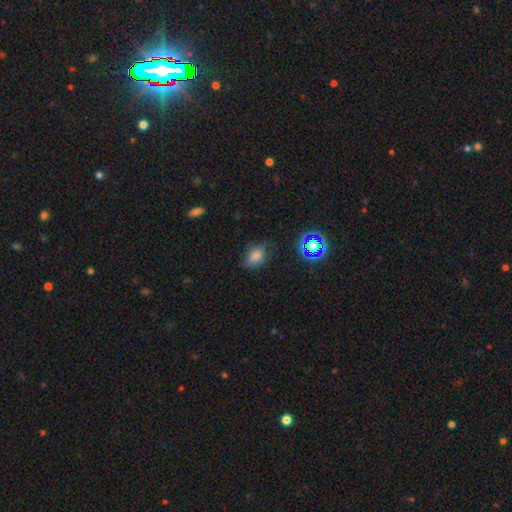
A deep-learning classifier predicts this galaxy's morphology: Smooth or featured? Predicted: smooth (p=0.74). How rounded? Predicted: in between (p=0.76). Merging? Predicted: none (p=0.70).